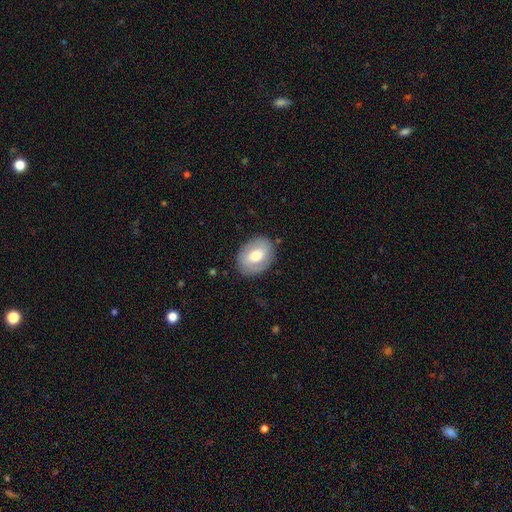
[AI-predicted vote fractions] Overall: smooth (49%; featured or disk 44%). Merging: none (83%).